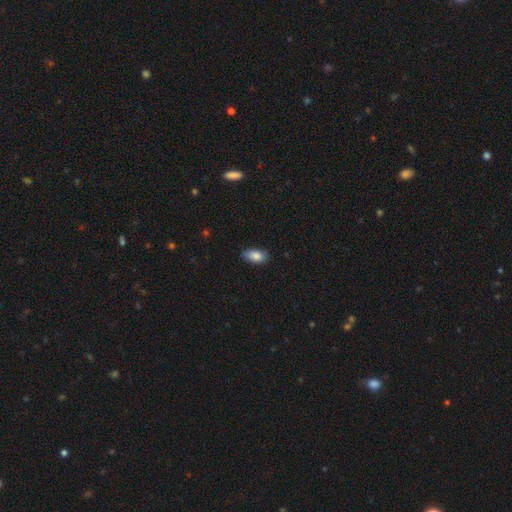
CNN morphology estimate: A smooth galaxy with no disk features (85%) that is in between round and cigar-shaped (91%).

Vote fractions:
- Smooth or featured? smooth: 85% / featured or disk: 8% / star or artifact: 8%
- How rounded? in between: 91% / cigar-shaped: 5% / round: 4%
- Merging? none: 78% / minor disturbance: 18% / major disturbance: 2% / merger: 1%